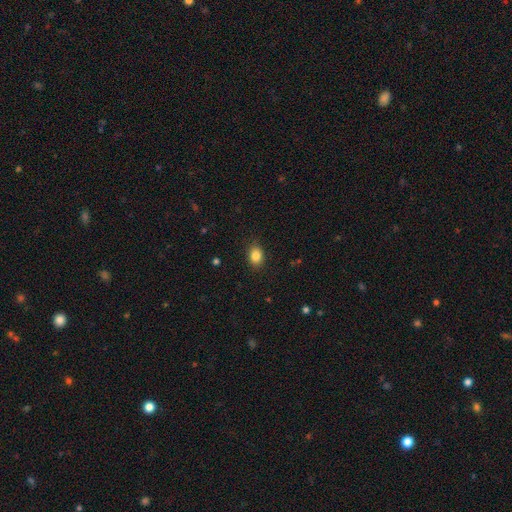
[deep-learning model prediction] This is clearly a smooth galaxy (85%). How rounded: likely in between (69%). Merging: clearly none (86%).